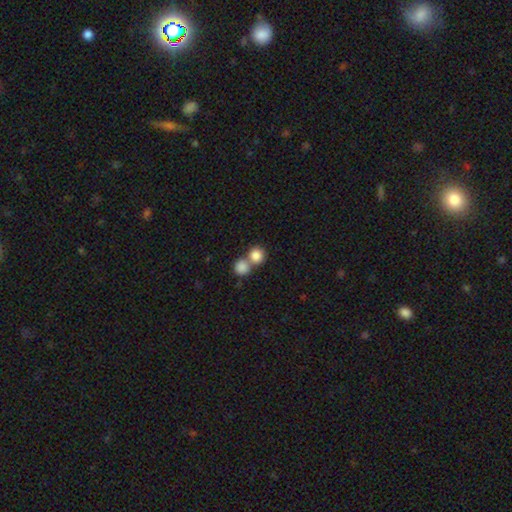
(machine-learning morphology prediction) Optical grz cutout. It shows a smooth galaxy with no disk features (85%) that is round (88%). Merging: merger (48%).